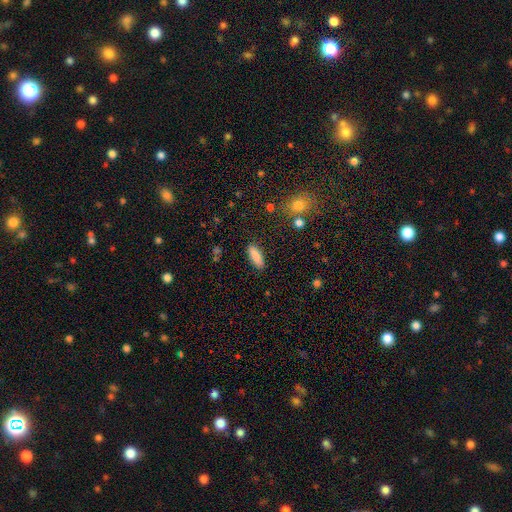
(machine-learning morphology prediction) This is clearly a smooth galaxy (85%). How rounded: likely in between (64%). Merging: clearly none (86%).